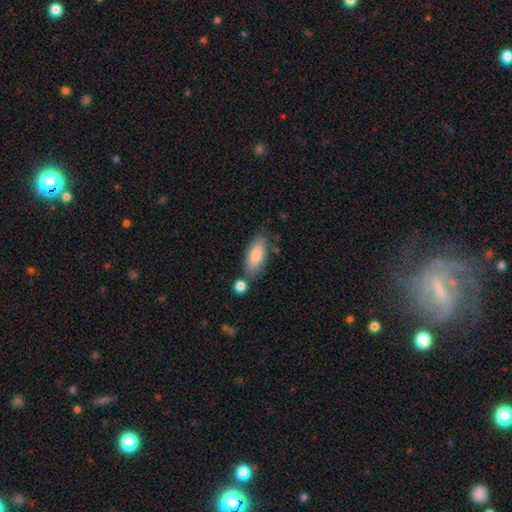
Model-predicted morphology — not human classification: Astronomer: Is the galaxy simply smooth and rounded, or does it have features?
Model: smooth — 82%.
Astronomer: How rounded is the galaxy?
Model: in between — 81%.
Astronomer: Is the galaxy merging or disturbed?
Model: none — 69%.